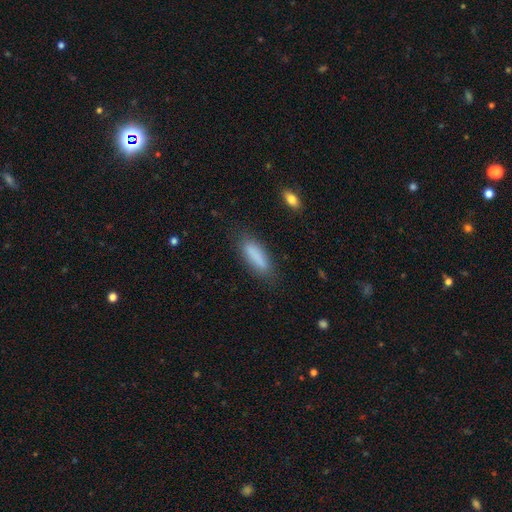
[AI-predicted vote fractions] Morphology: type=smooth (83%); roundness=cigar-shaped (58%); merging=none (78%).